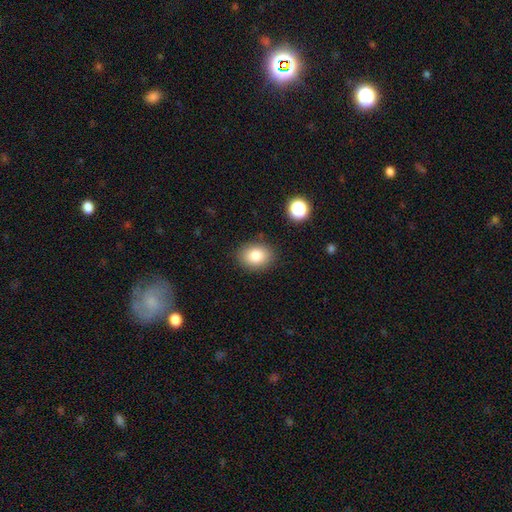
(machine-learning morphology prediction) smooth-or-featured: smooth: 83% | star or artifact: 9% | featured or disk: 8%
  how-rounded: in between: 59% | round: 40% | cigar-shaped: 1%
  merging: none: 86% | minor disturbance: 10% | major disturbance: 3% | merger: 2%